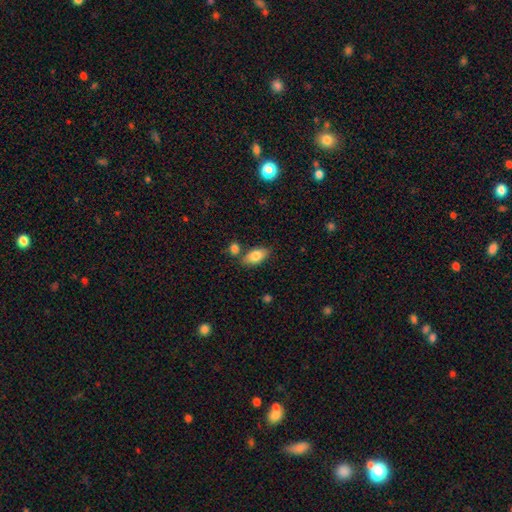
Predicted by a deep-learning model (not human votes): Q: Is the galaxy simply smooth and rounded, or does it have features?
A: smooth — 81%.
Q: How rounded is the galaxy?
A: in between — 90%.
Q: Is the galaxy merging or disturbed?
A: none — 74%.